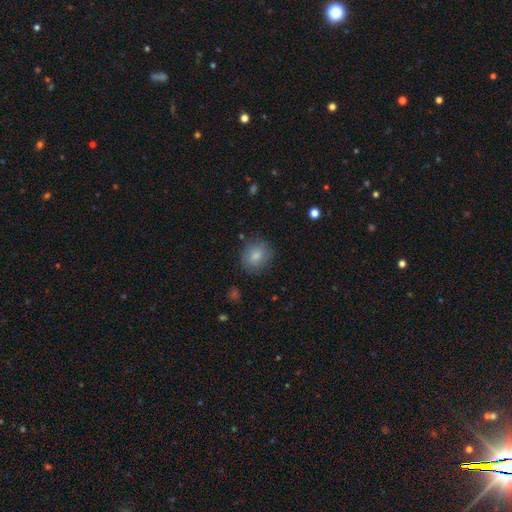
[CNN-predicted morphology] Q: Smooth or featured?
A: smooth (83%); runner-up: featured or disk (9%)
Q: How rounded?
A: round (76%); runner-up: in between (23%)
Q: Merging?
A: none (82%); runner-up: minor disturbance (13%)